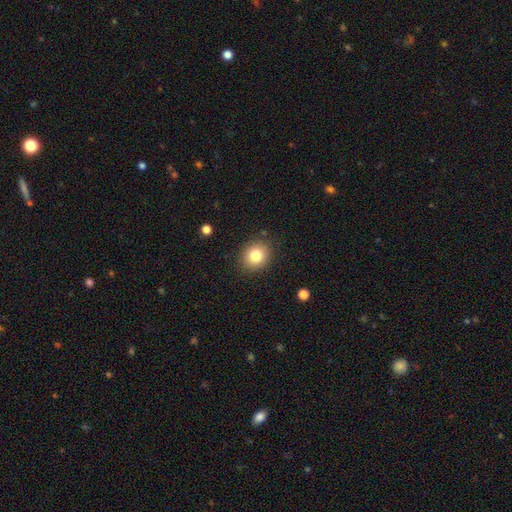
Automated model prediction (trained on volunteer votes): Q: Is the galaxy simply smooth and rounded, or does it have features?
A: smooth — 81%.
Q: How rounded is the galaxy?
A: round — 69%.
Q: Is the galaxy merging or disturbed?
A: none — 88%.